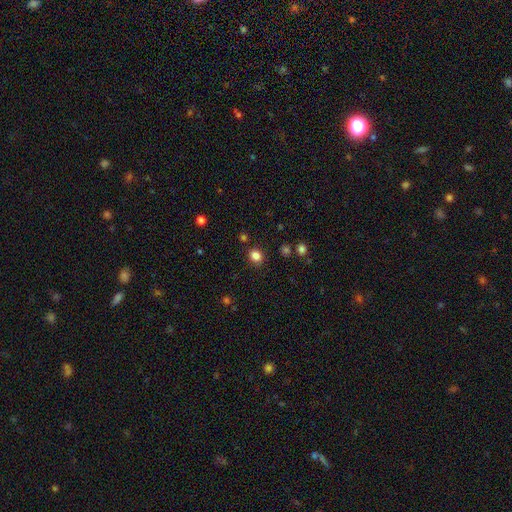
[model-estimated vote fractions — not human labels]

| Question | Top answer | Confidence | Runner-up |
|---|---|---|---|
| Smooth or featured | smooth | 83% | star or artifact (13%) |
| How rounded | round | 64% | in between (35%) |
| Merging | none | 87% | minor disturbance (8%) |